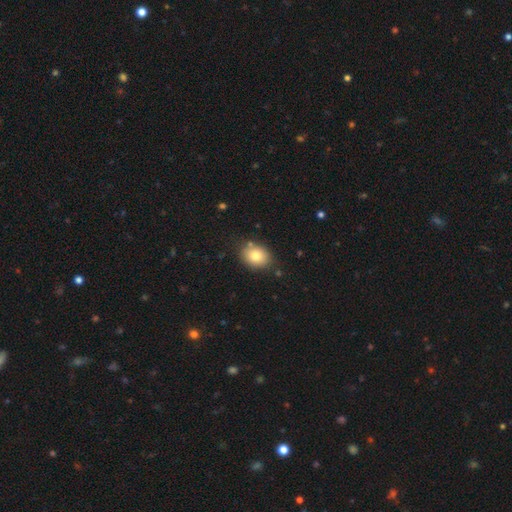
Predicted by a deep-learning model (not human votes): The model was most divided on "how rounded": in between: 59%, round: 40%, cigar-shaped: 1%. More confident: merging — none (80%); smooth or featured — smooth (78%).